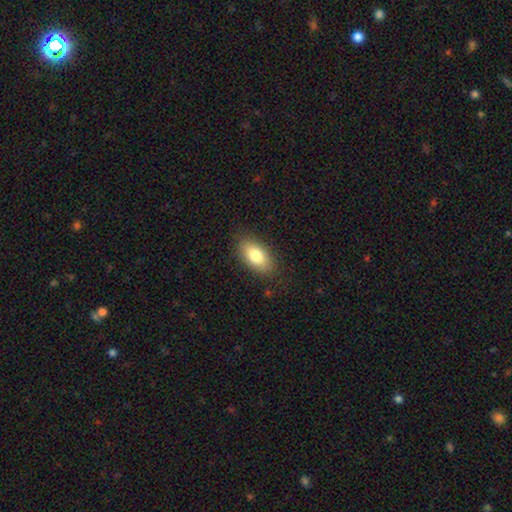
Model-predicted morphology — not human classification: smooth 81%, featured or disk 12%, star or artifact 7%. Down the decision tree: how rounded — in between (92%); merging — none (85%).